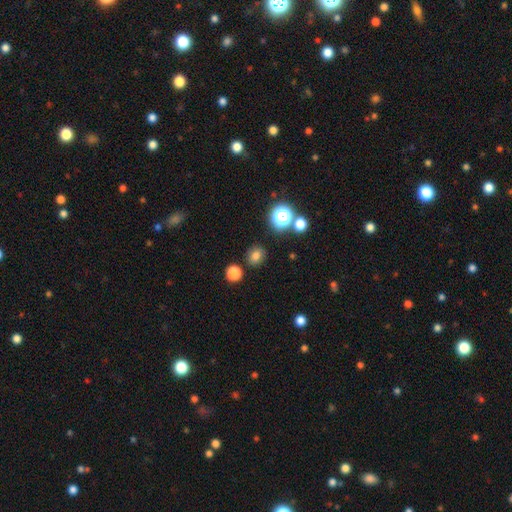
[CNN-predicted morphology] Q: Smooth or featured?
A: smooth (77%); runner-up: star or artifact (17%)
Q: How rounded?
A: round (64%); runner-up: in between (35%)
Q: Merging?
A: none (85%); runner-up: minor disturbance (9%)